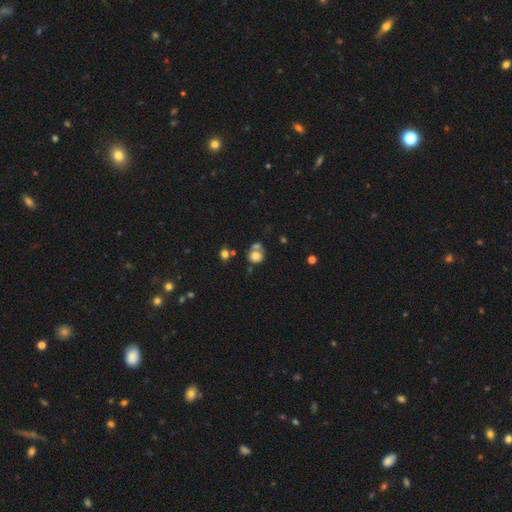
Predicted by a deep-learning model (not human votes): A smooth galaxy with no disk features (75%) that is round (82%).

Vote fractions:
- Smooth or featured? smooth: 75% / featured or disk: 14% / star or artifact: 11%
- How rounded? round: 82% / in between: 17% / cigar-shaped: 1%
- Merging? none: 48% / merger: 33% / minor disturbance: 13% / major disturbance: 6%